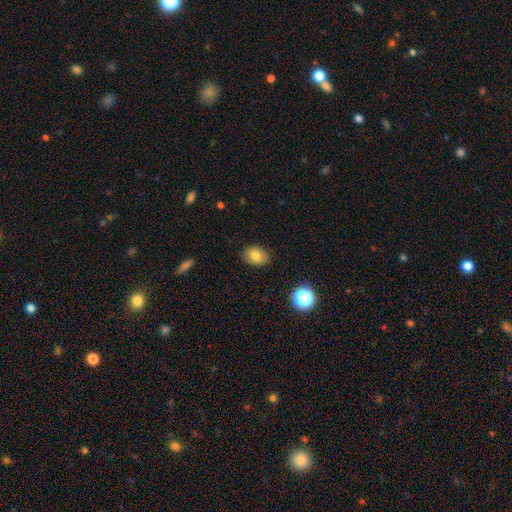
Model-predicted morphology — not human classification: Smooth or featured: smooth — 79% (featured or disk — 10%)
How rounded: in between — 69% (round — 29%)
Merging: none — 87% (minor disturbance — 10%)